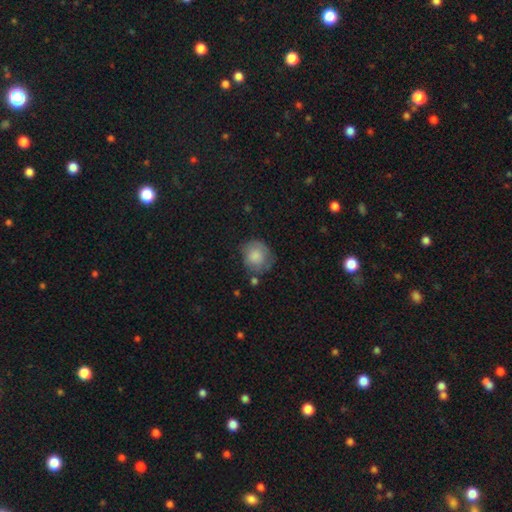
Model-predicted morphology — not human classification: Overall: smooth (75%). How rounded: round (78%). Merging: none (55%; minor disturbance 28%).